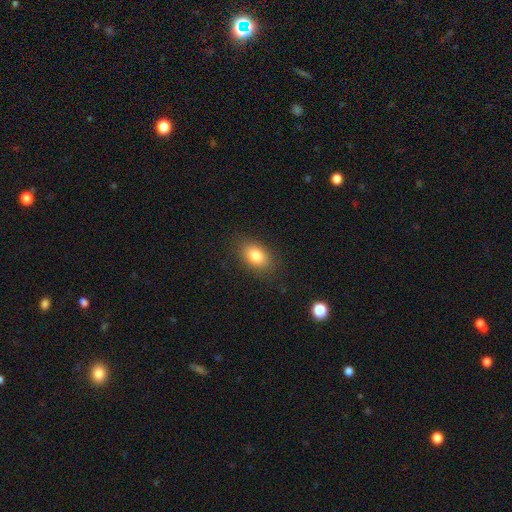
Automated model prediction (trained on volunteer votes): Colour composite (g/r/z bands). It shows a smooth galaxy with no disk features (81%) that is in between round and cigar-shaped (83%). Merging: none (84%).